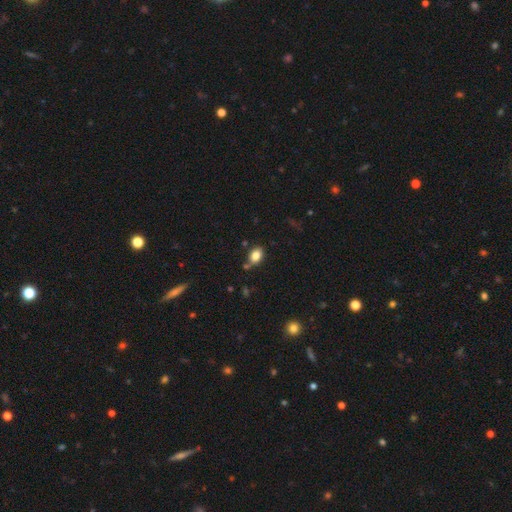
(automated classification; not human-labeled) Q: Smooth or featured?
A: smooth (82%); runner-up: star or artifact (10%)
Q: How rounded?
A: in between (74%); runner-up: round (25%)
Q: Merging?
A: none (69%); runner-up: minor disturbance (17%)